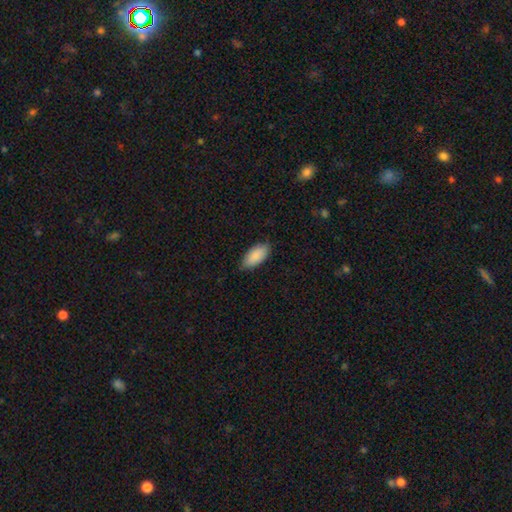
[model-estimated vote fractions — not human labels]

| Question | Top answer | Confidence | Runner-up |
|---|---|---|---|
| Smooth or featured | smooth | 90% | star or artifact (6%) |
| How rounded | in between | 92% | cigar-shaped (7%) |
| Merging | none | 81% | minor disturbance (16%) |